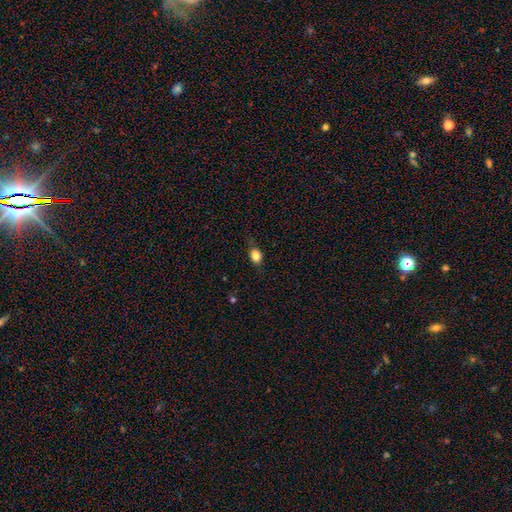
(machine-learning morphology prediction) A smooth galaxy with no disk features (82%) that is in between round and cigar-shaped (57%).

Vote fractions:
- Smooth or featured? smooth: 82% / star or artifact: 10% / featured or disk: 8%
- How rounded? in between: 57% / round: 40% / cigar-shaped: 2%
- Merging? none: 76% / minor disturbance: 18% / major disturbance: 5% / merger: 1%